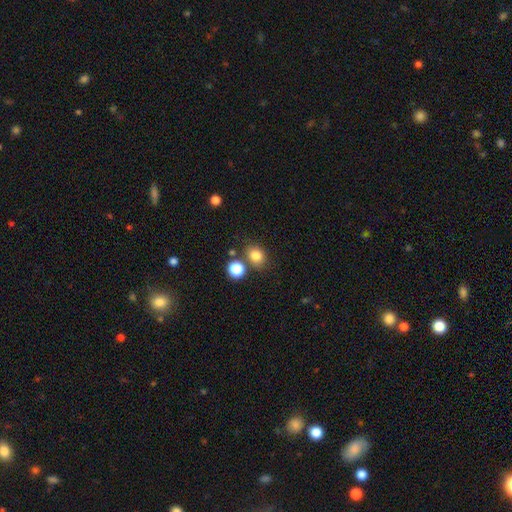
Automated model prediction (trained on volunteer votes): smooth-or-featured: smooth: 82% | star or artifact: 12% | featured or disk: 6%
  how-rounded: round: 59% | in between: 40% | cigar-shaped: 1%
  merging: none: 71% | merger: 14% | minor disturbance: 11% | major disturbance: 4%